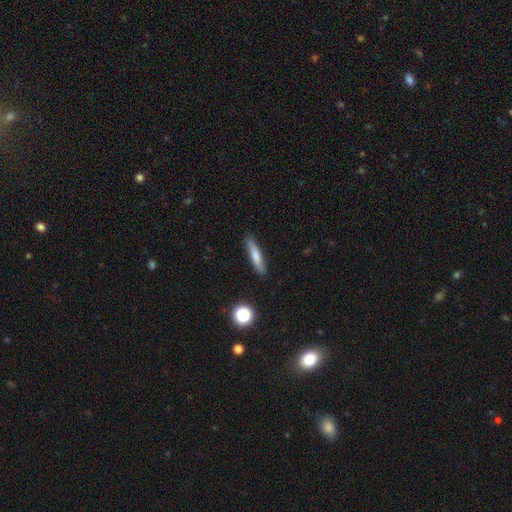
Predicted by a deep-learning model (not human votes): smooth-or-featured: smooth: 67% | featured or disk: 25% | star or artifact: 8%
  how-rounded: cigar-shaped: 89% | in between: 9% | round: 2%
  merging: none: 89% | minor disturbance: 8% | major disturbance: 2% | merger: 1%